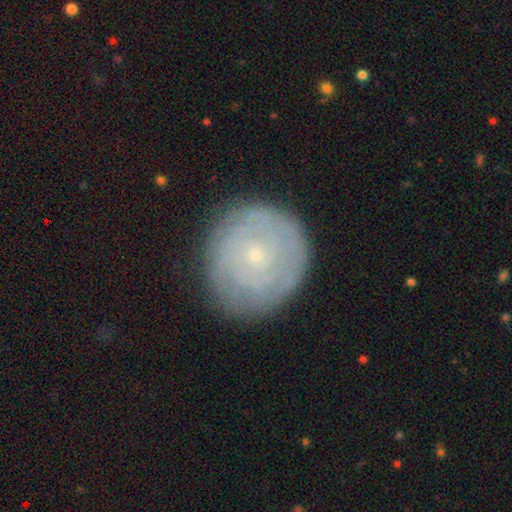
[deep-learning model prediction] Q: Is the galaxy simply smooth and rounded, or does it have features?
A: featured or disk — 62%.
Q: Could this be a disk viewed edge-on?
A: no — 97%.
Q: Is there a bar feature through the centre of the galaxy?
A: no — 83%.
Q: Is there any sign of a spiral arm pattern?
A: yes — 79%.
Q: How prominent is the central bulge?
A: small — 83%.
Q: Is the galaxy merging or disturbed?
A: none — 83%.